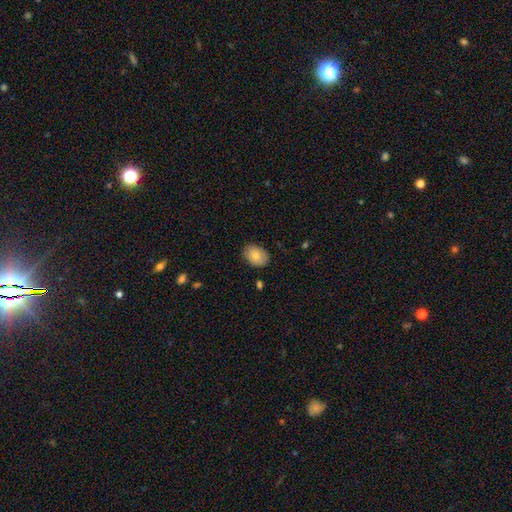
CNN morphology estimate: Smooth or featured?
  - smooth: 79% *
  - featured or disk: 13%
  - star or artifact: 7%
How rounded?
  - in between: 75% *
  - round: 24%
  - cigar-shaped: 1%
Merging?
  - none: 85% *
  - minor disturbance: 12%
  - major disturbance: 2%
  - merger: 1%